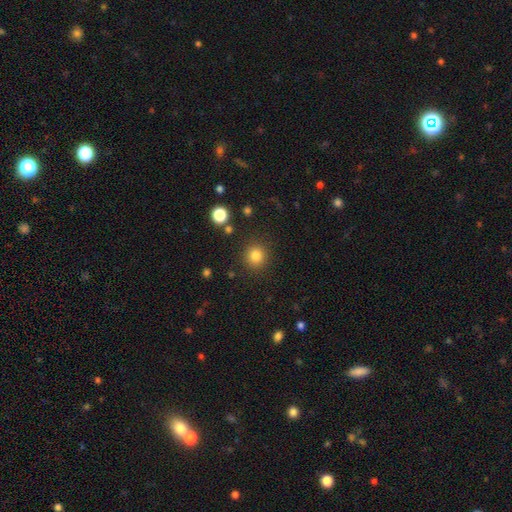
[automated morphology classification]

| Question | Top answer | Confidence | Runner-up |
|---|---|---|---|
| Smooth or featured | smooth | 83% | star or artifact (12%) |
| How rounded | round | 92% | in between (7%) |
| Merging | none | 89% | minor disturbance (6%) |